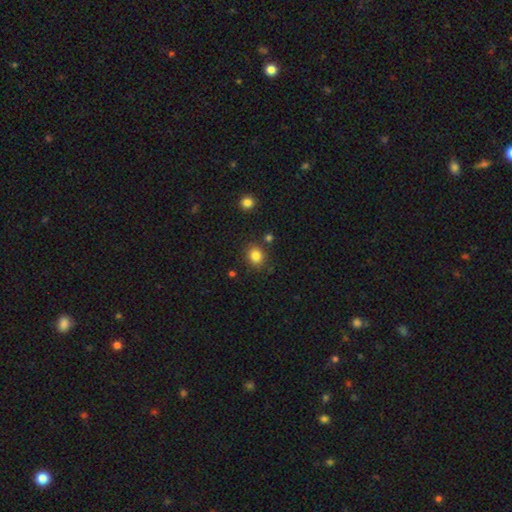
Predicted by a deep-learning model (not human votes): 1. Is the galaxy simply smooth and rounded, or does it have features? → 84% smooth, 11% star or artifact, 5% featured or disk.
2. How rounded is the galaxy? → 66% round, 33% in between, 1% cigar-shaped.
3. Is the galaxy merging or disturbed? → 83% none, 10% minor disturbance, 5% merger, 3% major disturbance.